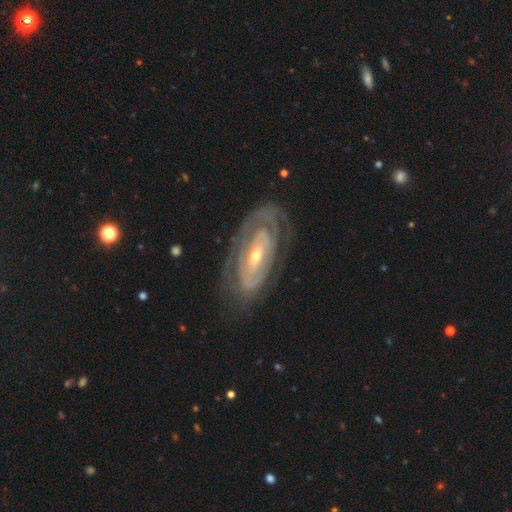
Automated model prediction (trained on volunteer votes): Smooth or featured: featured or disk — 84% (smooth — 11%)
Edge-on disk: no — 92% (yes — 8%)
Bar: no — 50% (weak — 31%)
Spiral arms: yes — 83% (no — 17%)
Spiral winding: tight — 76% (medium — 18%)
Spiral arm count: can't tell — 44% (2 — 30%)
Bulge size: small — 53% (moderate — 43%)
Merging: none — 70% (minor disturbance — 18%)